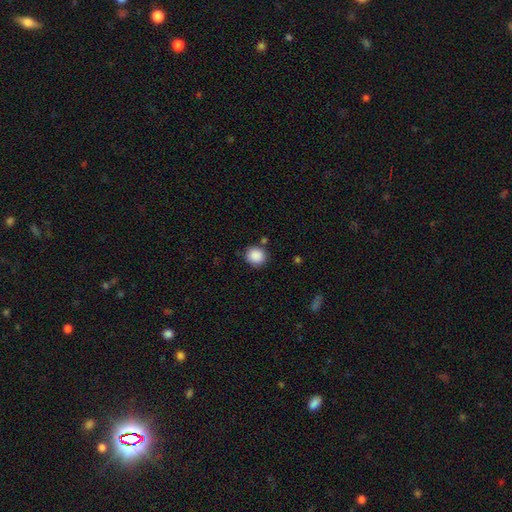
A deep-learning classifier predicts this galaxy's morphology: Smooth or featured: smooth — 88% (star or artifact — 9%)
How rounded: round — 88% (in between — 11%)
Merging: none — 82% (minor disturbance — 11%)